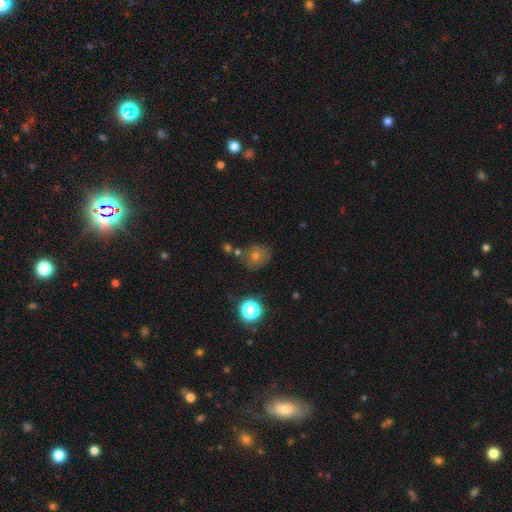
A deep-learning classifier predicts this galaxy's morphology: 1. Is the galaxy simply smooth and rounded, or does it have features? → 58% smooth, 24% star or artifact, 17% featured or disk.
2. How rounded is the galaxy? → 77% round, 22% in between, 1% cigar-shaped.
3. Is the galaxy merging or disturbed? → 72% none, 14% minor disturbance, 9% merger, 4% major disturbance.